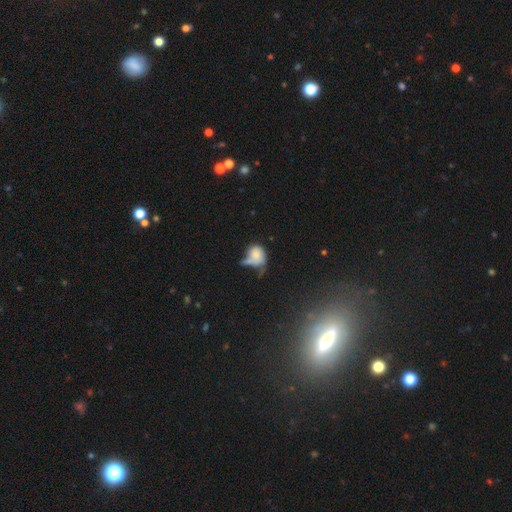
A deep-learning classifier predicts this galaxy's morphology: smooth_or_featured: smooth (p=0.67) [alt: featured or disk p=0.22]
how_rounded: round (p=0.50) [alt: in between p=0.49]
merging: major disturbance (p=0.27) [alt: merger p=0.26]